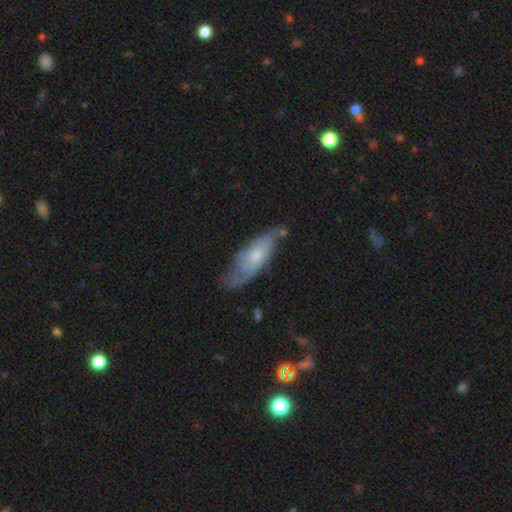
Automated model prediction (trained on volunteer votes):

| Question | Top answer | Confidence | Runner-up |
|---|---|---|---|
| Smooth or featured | featured or disk | 58% | smooth (36%) |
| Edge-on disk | no | 79% | yes (21%) |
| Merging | none | 58% | minor disturbance (29%) |